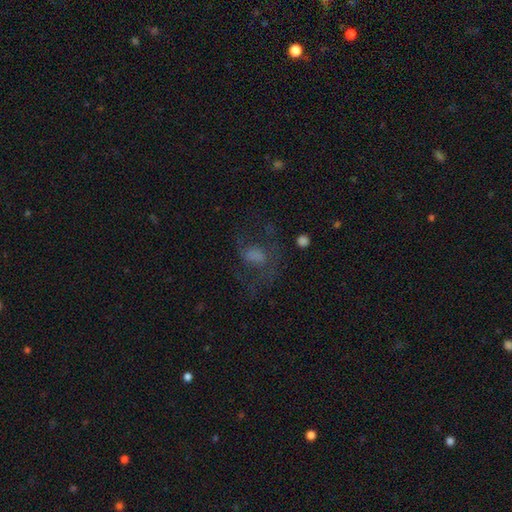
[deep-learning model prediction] Smooth or featured? Predicted: featured or disk (p=0.46). Merging? Predicted: none (p=0.45).